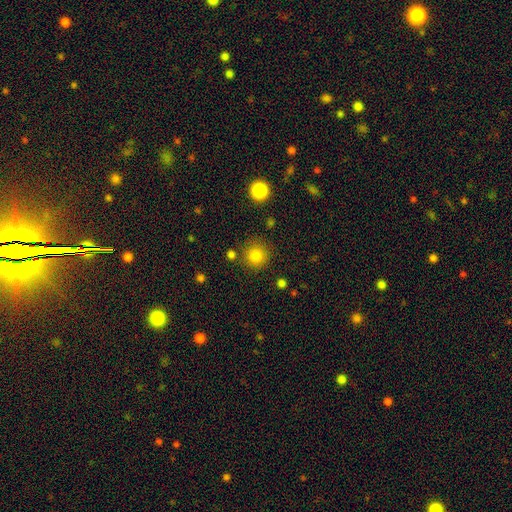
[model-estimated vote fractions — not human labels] A smooth galaxy with no disk features (83%) that is round (93%). Merging: none (84%).